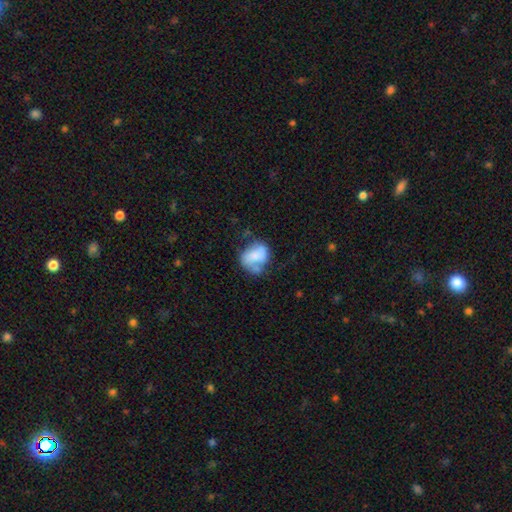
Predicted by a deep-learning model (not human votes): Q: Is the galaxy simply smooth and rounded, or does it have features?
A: smooth — 52%.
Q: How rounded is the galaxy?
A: in between — 57%.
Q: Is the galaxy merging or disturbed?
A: none — 38%.